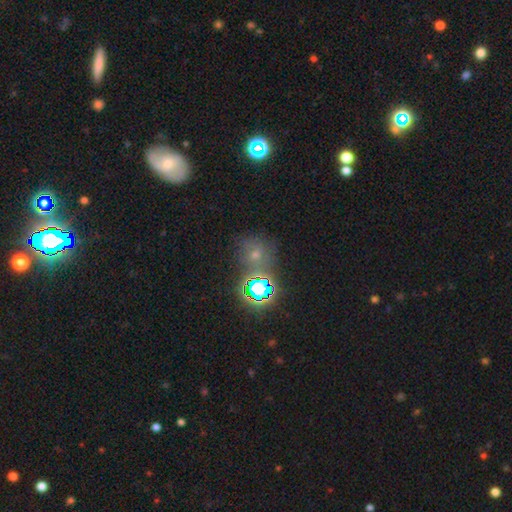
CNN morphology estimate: The model was most divided on "smooth or featured": star or artifact: 47%, smooth: 40%, featured or disk: 12%.